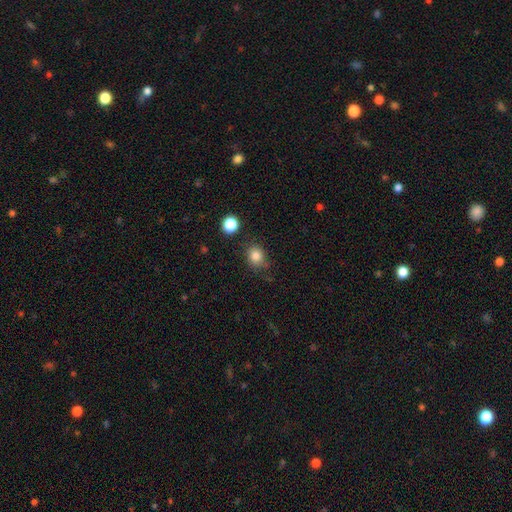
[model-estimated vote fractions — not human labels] A smooth galaxy with no disk features (83%) that is round (72%).

Vote fractions:
- Smooth or featured? smooth: 83% / star or artifact: 11% / featured or disk: 5%
- How rounded? round: 72% / in between: 27% / cigar-shaped: 1%
- Merging? none: 76% / minor disturbance: 16% / major disturbance: 4% / merger: 4%